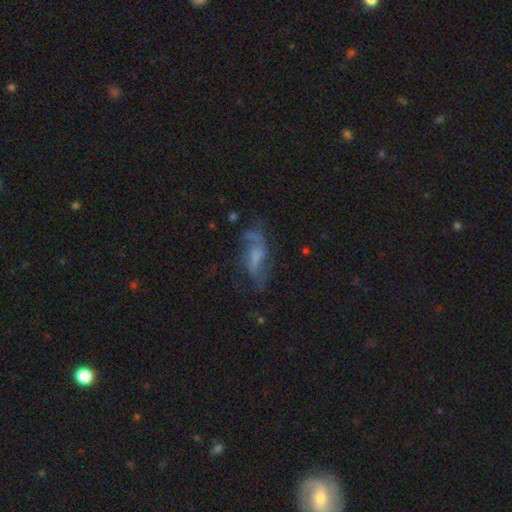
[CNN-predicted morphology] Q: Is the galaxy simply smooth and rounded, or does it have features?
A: featured or disk — 66%.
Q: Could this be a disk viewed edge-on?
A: no — 86%.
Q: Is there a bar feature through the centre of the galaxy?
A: weak — 43%.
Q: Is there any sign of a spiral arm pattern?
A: yes — 85%.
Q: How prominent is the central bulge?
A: small — 36%.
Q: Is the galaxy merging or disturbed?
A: none — 63%.